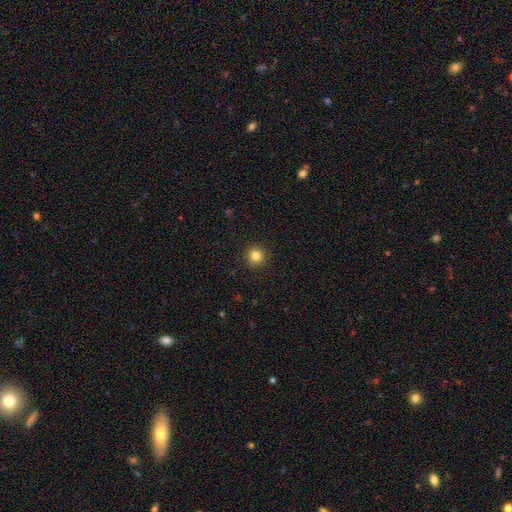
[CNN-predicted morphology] This is clearly a smooth galaxy (83%). How rounded: clearly round (93%). Merging: clearly none (92%).